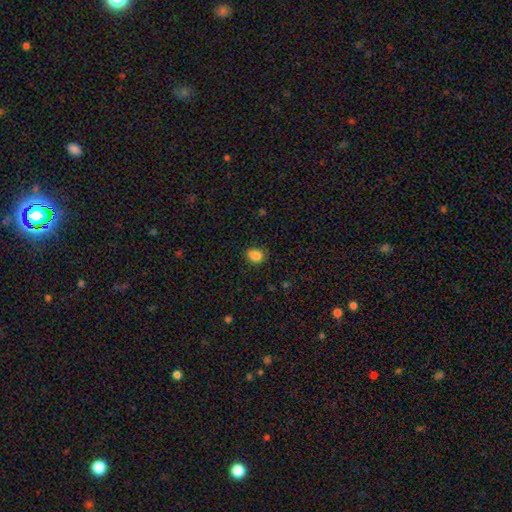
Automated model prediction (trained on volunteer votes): This appears to be a smooth galaxy with no disk features (85%) that is in between round and cigar-shaped (50%). Merging: none (77%).